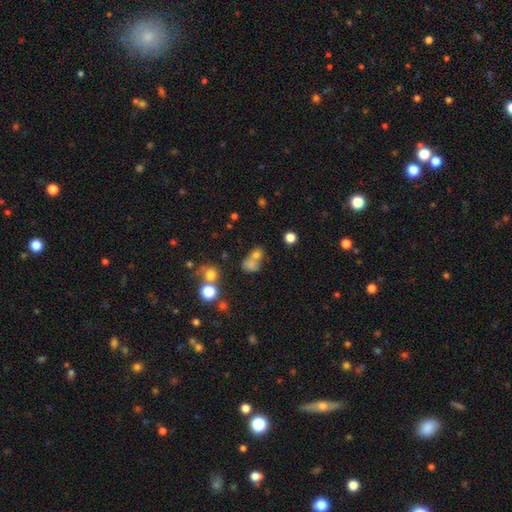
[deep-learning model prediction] A smooth galaxy with no disk features (67%) that is round (58%).

Vote fractions:
- Smooth or featured? smooth: 67% / star or artifact: 19% / featured or disk: 14%
- How rounded? round: 58% / in between: 41% / cigar-shaped: 2%
- Merging? merger: 53% / none: 32% / minor disturbance: 9% / major disturbance: 6%